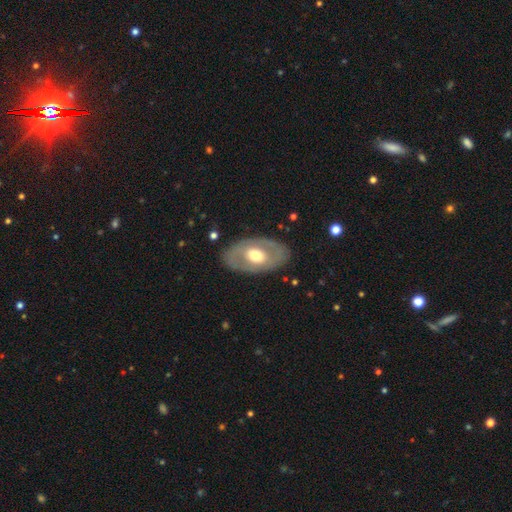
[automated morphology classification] smooth-or-featured: featured or disk: 54% | smooth: 41% | star or artifact: 5%
  disk-edge-on: no: 89% | yes: 11%
  merging: none: 82% | minor disturbance: 12% | major disturbance: 5% | merger: 1%